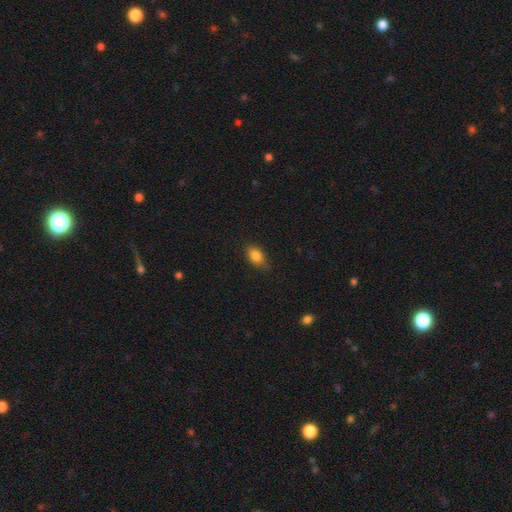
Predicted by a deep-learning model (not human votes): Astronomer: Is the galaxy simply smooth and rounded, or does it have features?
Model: smooth — 84%.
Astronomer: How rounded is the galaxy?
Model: in between — 79%.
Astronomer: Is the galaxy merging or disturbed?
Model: none — 75%.